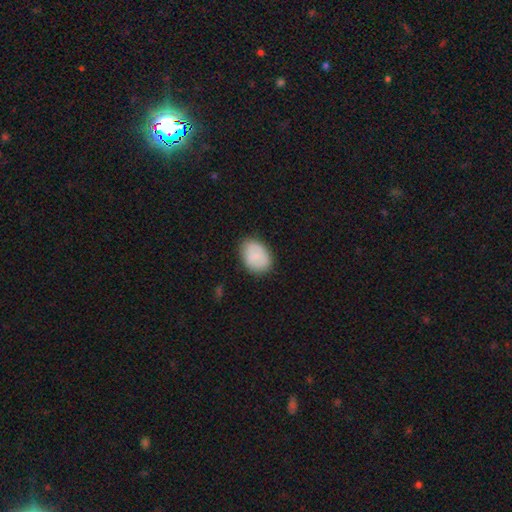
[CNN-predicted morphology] type=smooth (80%); roundness=in between (74%); merging=none (80%).